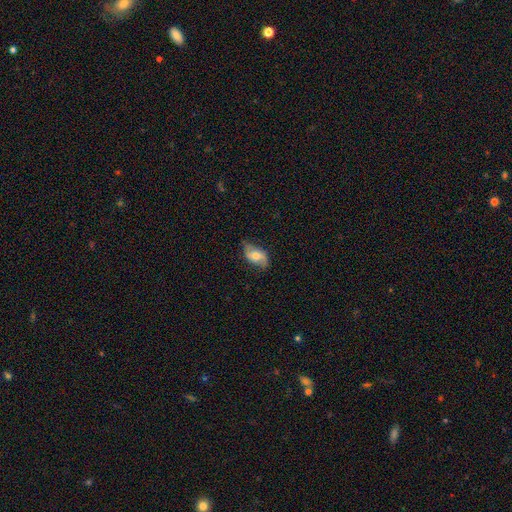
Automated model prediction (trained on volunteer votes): smooth-or-featured: featured or disk: 53% | smooth: 40% | star or artifact: 7%
  disk-edge-on: no: 92% | yes: 8%
  merging: none: 72% | minor disturbance: 22% | major disturbance: 5% | merger: 1%